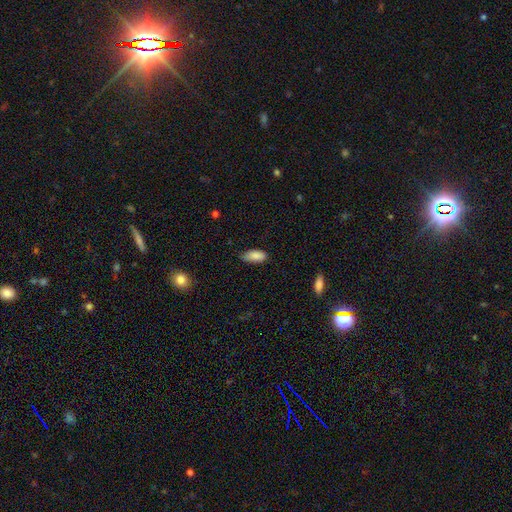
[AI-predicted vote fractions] smooth 86%, featured or disk 7%, star or artifact 7%. Down the decision tree: how rounded — in between (87%); merging — none (69%).